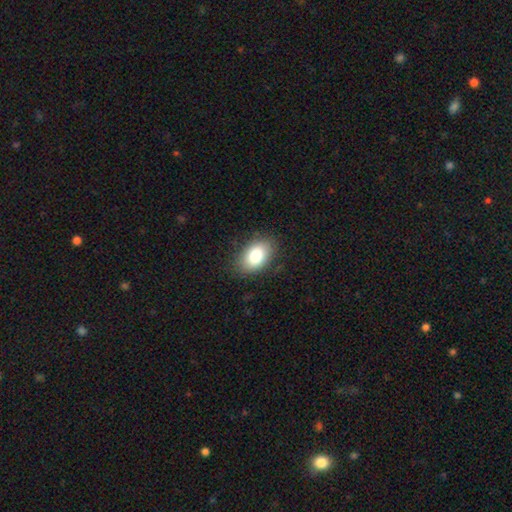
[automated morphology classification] This is clearly a smooth galaxy (84%). How rounded: clearly in between (90%). Merging: clearly none (84%).